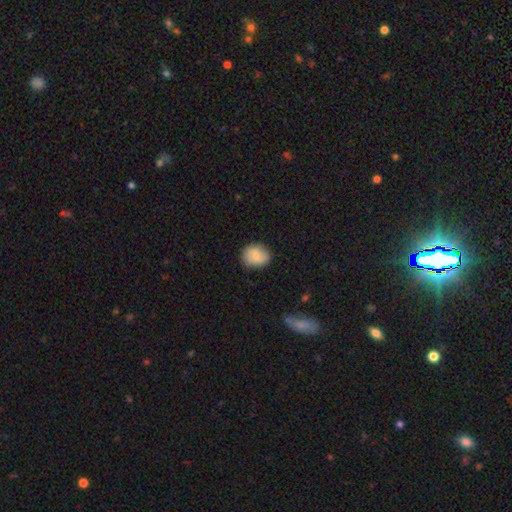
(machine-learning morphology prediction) Overall: smooth (75%). How rounded: round (62%; in between 37%). Merging: none (83%).